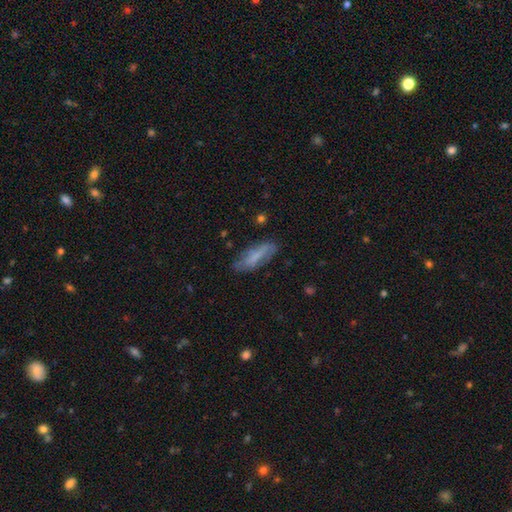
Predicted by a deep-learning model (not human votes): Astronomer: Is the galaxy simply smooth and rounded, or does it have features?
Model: smooth — 59%.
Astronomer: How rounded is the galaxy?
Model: in between — 53% (runner-up: cigar-shaped, 45%).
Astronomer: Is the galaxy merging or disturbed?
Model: none — 68%.